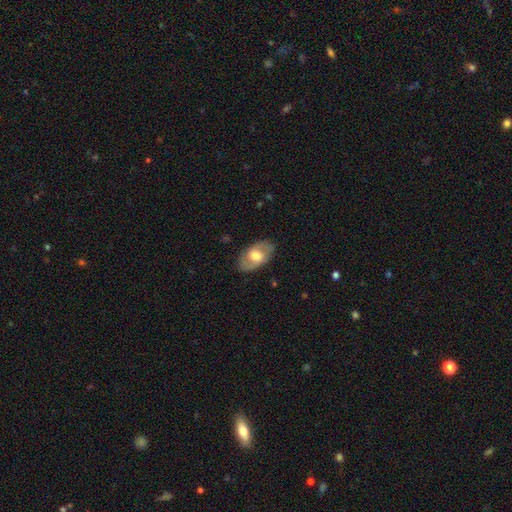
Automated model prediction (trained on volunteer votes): This is possibly a featured or disk galaxy (50%). It is clearly not viewed edge-on (90%). Merging: clearly none (83%).